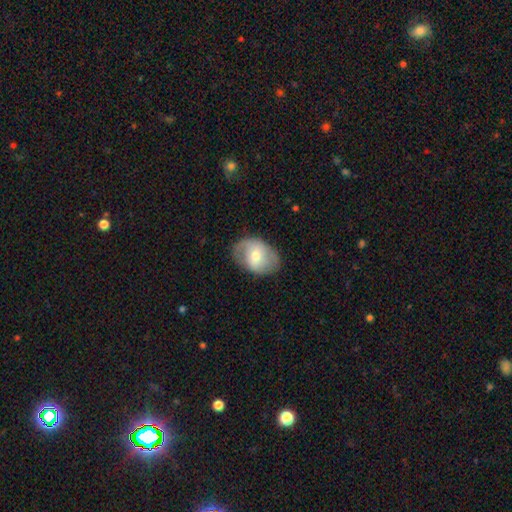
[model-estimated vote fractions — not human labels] smooth 48%, featured or disk 45%, star or artifact 7%. Down the decision tree: merging — none (72%).